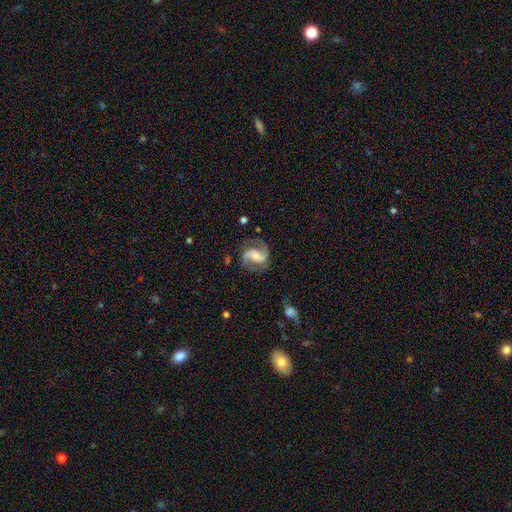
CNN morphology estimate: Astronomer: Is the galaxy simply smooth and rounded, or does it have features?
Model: featured or disk — 86%.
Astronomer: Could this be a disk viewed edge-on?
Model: no — 98%.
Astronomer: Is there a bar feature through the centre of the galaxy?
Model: weak — 42% (runner-up: no, 31%).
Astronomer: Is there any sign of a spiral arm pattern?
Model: yes — 97%.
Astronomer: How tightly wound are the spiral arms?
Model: medium — 52% (runner-up: loose, 30%).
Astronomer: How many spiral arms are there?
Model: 2 — 92%.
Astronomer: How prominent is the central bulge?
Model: moderate — 50% (runner-up: small, 39%).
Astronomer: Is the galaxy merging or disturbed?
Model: none — 77%.